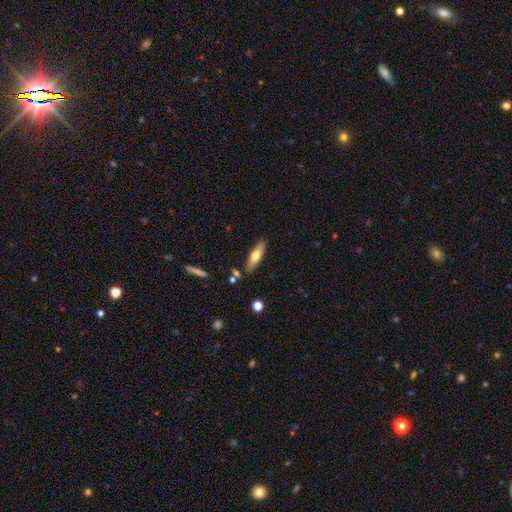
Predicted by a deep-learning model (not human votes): A smooth galaxy with no disk features (60%) that is cigar-shaped (61%).

Vote fractions:
- Smooth or featured? smooth: 60% / featured or disk: 33% / star or artifact: 7%
- How rounded? cigar-shaped: 61% / in between: 37% / round: 2%
- Merging? none: 84% / minor disturbance: 10% / merger: 3% / major disturbance: 2%